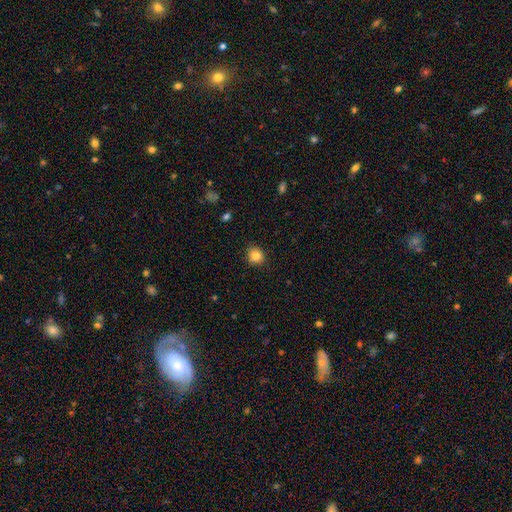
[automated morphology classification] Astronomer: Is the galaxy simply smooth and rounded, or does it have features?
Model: smooth — 83%.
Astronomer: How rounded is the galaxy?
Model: round — 80%.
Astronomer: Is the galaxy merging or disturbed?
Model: none — 89%.